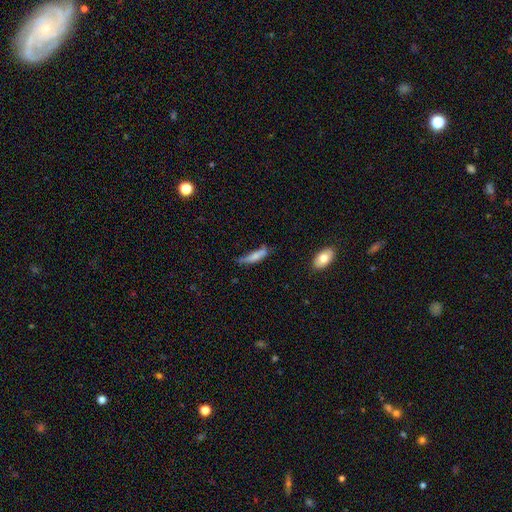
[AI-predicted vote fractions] This is likely a smooth galaxy (74%). How rounded: likely cigar-shaped (70%). Merging: marginally none (41%).